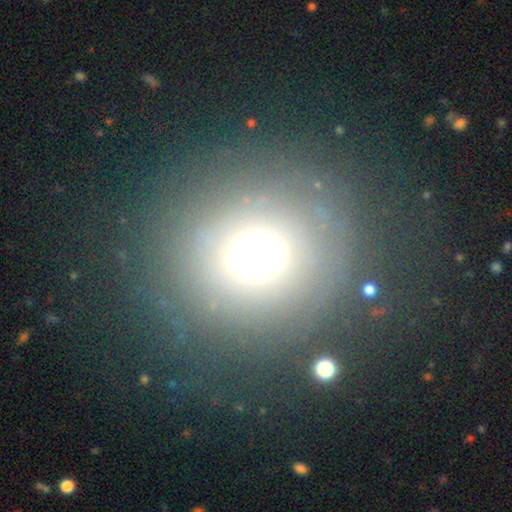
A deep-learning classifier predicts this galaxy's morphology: This is likely a smooth galaxy (61%). How rounded: clearly round (81%). Merging: clearly none (82%).